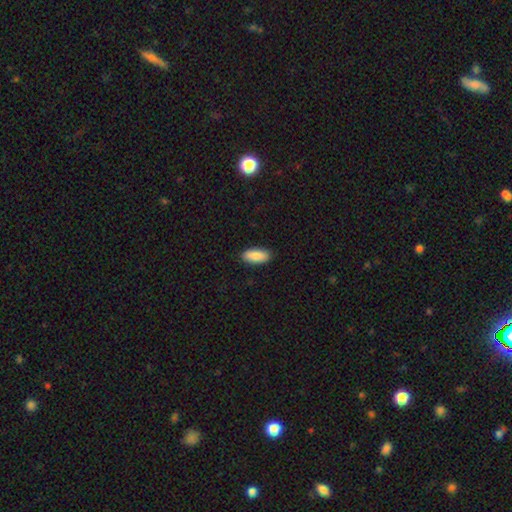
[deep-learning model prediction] Smooth or featured? Predicted: smooth (p=0.89). How rounded? Predicted: in between (p=0.86). Merging? Predicted: none (p=0.89).